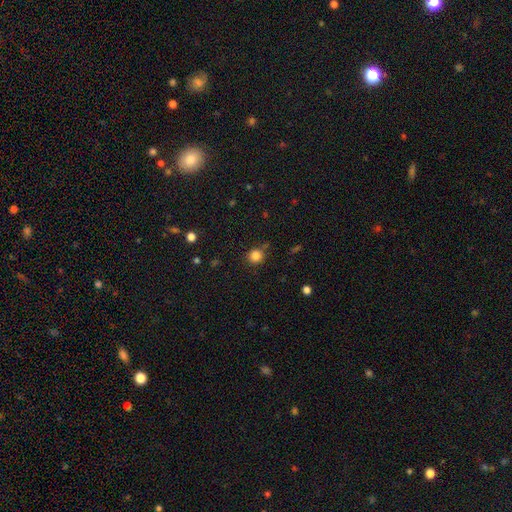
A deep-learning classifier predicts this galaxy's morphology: Smooth or featured? Predicted: smooth (p=0.83). How rounded? Predicted: round (p=0.90). Merging? Predicted: none (p=0.82).